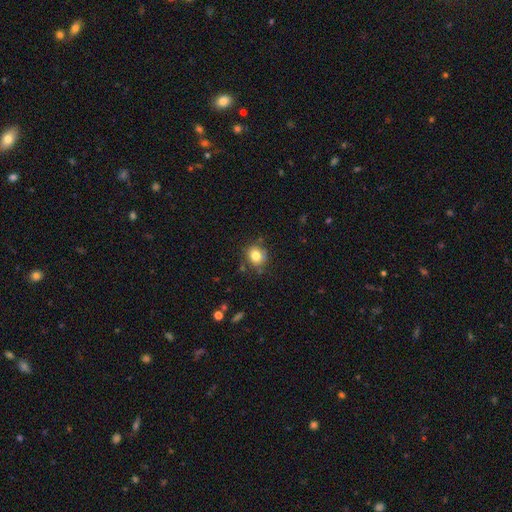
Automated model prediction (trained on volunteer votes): smooth-or-featured: smooth: 81% | star or artifact: 10% | featured or disk: 9%
  how-rounded: round: 74% | in between: 25% | cigar-shaped: 1%
  merging: none: 76% | minor disturbance: 17% | major disturbance: 4% | merger: 3%